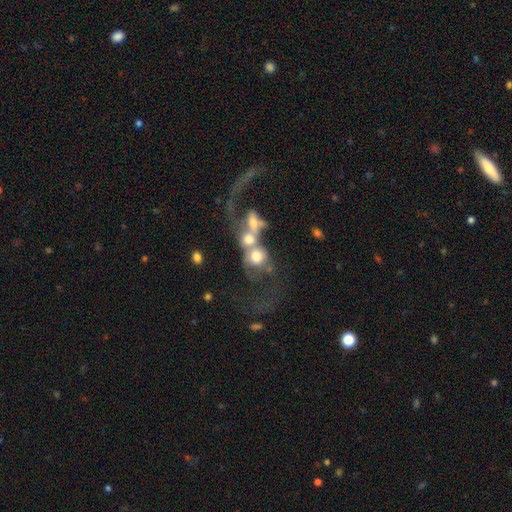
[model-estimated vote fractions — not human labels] Overall: smooth (51%; featured or disk 36%). How rounded: round (63%; in between 34%). Merging: merger (72%).